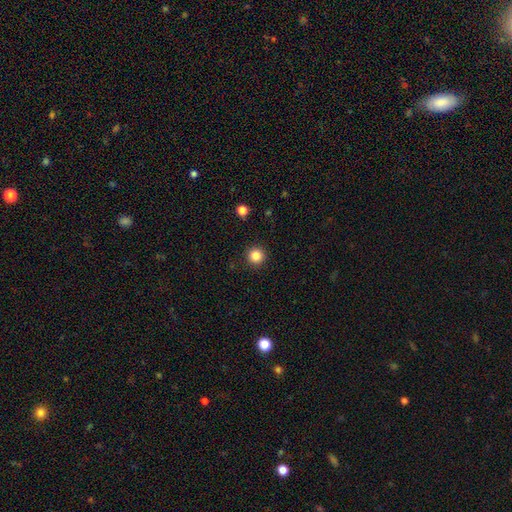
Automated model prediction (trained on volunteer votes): Smooth or featured: smooth — 84% (star or artifact — 11%)
How rounded: round — 96% (in between — 3%)
Merging: none — 93% (minor disturbance — 5%)